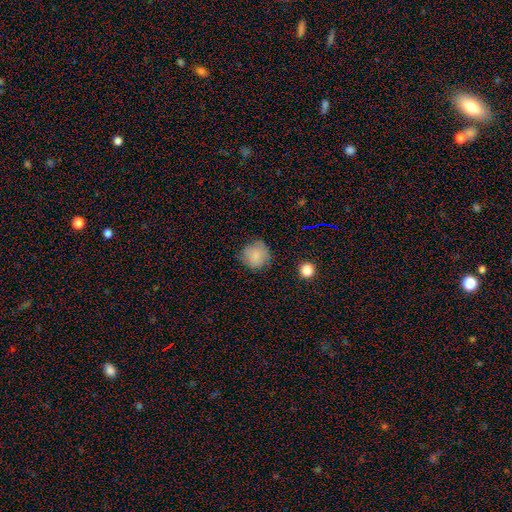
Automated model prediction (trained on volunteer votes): This is clearly a smooth galaxy (81%). How rounded: clearly round (91%). Merging: likely none (76%).